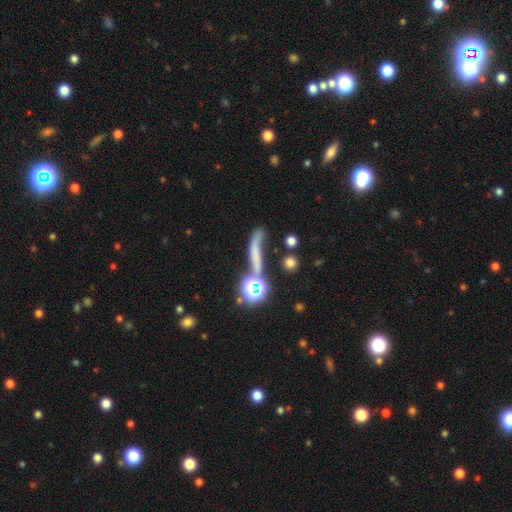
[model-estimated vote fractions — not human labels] The model was most divided on "smooth or featured": smooth: 43%, featured or disk: 32%, star or artifact: 25%. Remaining: merging — none (42%).